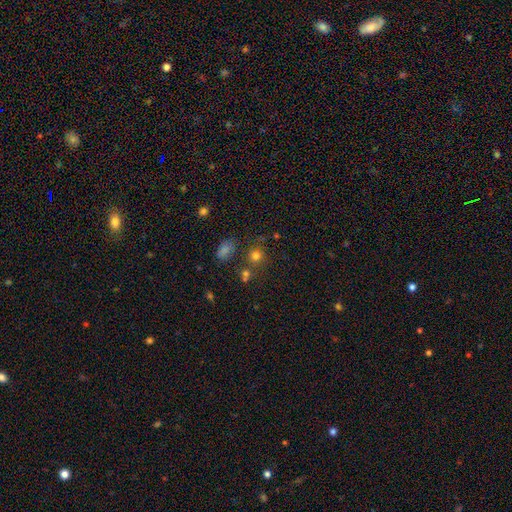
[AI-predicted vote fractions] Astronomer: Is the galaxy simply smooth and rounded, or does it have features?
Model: smooth — 75%.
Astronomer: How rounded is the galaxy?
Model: round — 87%.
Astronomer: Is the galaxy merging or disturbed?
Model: none — 71%.